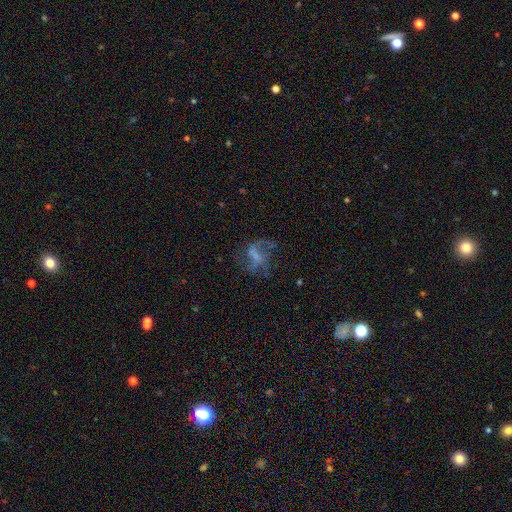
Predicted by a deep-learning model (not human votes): A featured or disk galaxy (66%) with a weak bar (43%), spiral arms (73%) and no central bulge (51%).

Vote fractions:
- Smooth or featured? featured or disk: 66% / smooth: 21% / star or artifact: 13%
- Edge-on disk? no: 98% / yes: 2%
- Bar? weak: 43% / no: 37% / strong: 20%
- Spiral arms? yes: 73% / no: 27%
- Bulge size? none: 51% / small: 28% / moderate: 16% / large: 4% / dominant: 1%
- Merging? none: 46% / major disturbance: 32% / minor disturbance: 17% / merger: 4%